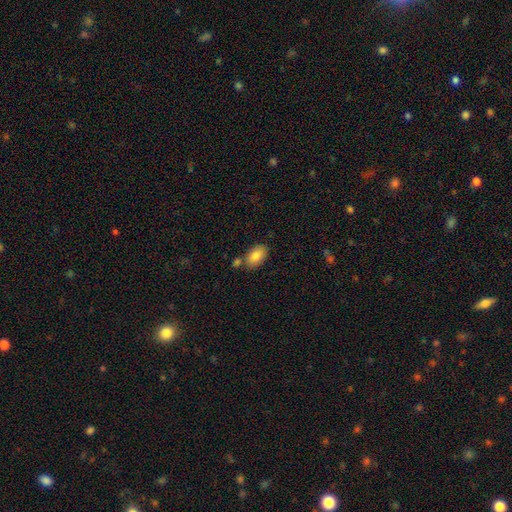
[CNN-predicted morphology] smooth-or-featured: smooth: 84% | featured or disk: 10% | star or artifact: 7%
  how-rounded: in between: 93% | round: 6% | cigar-shaped: 2%
  merging: none: 71% | merger: 13% | minor disturbance: 13% | major disturbance: 3%